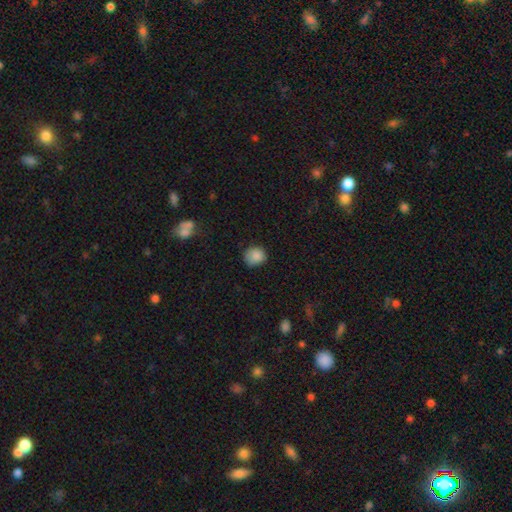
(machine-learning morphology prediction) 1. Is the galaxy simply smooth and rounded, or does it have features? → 86% smooth, 9% star or artifact, 4% featured or disk.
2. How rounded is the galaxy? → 80% round, 19% in between, 1% cigar-shaped.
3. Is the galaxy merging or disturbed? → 74% none, 21% minor disturbance, 4% major disturbance, 1% merger.